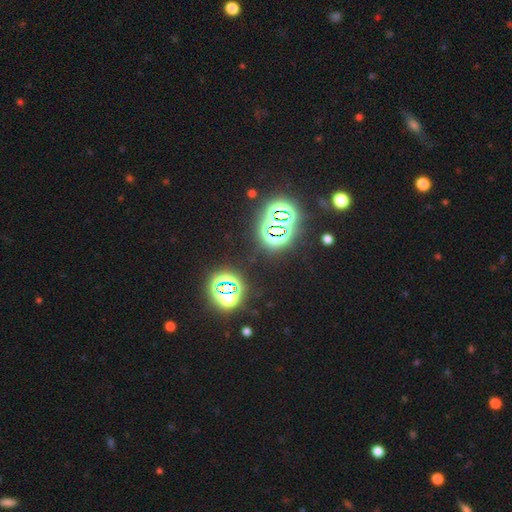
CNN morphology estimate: star or artifact 80%, smooth 13%, featured or disk 7%.